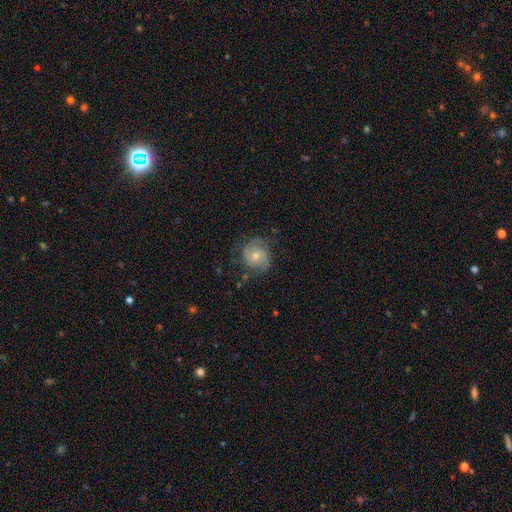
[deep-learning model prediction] smooth_or_featured: featured or disk (p=0.67) [alt: smooth p=0.26]
disk_edge_on: no (p=0.98) [alt: yes p=0.02]
bar: no (p=0.64) [alt: weak p=0.31]
has_spiral_arms: yes (p=0.91) [alt: no p=0.09]
spiral_winding: medium (p=0.45) [alt: tight p=0.40]
spiral_arm_count: 2 (p=0.74) [alt: can't tell p=0.13]
bulge_size: moderate (p=0.59) [alt: small p=0.34]
merging: none (p=0.70) [alt: minor disturbance p=0.21]